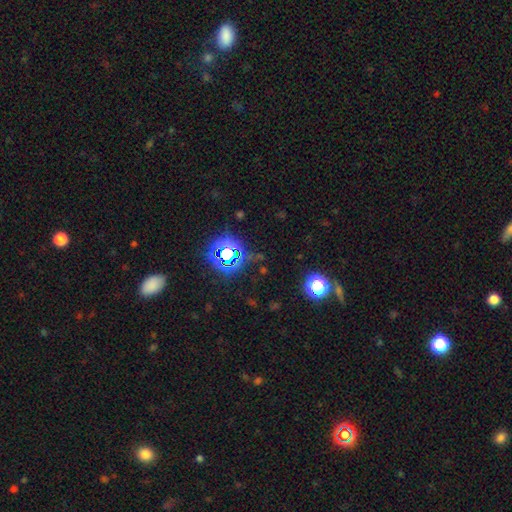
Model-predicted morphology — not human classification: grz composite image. It shows a star or artifact, not a galaxy (65%).